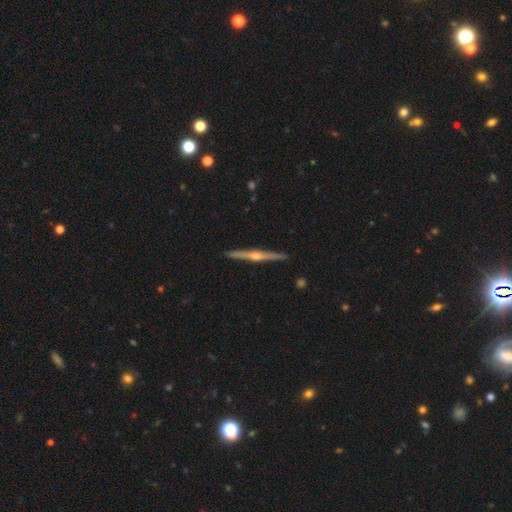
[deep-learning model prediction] Smooth or featured: featured or disk — 82% (smooth — 13%)
Edge-on disk: yes — 99% (no — 1%)
Edge-on bulge: rounded — 90% (none — 6%)
Merging: none — 93% (minor disturbance — 5%)